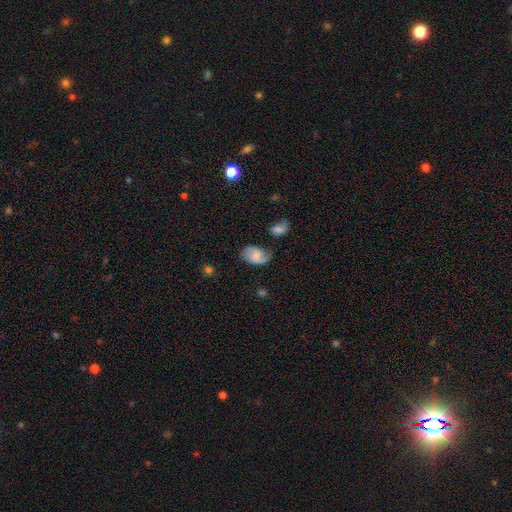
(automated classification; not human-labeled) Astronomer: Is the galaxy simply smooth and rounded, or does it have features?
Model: smooth — 50% (runner-up: featured or disk, 42%).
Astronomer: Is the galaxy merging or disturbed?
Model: none — 52% (runner-up: minor disturbance, 29%).